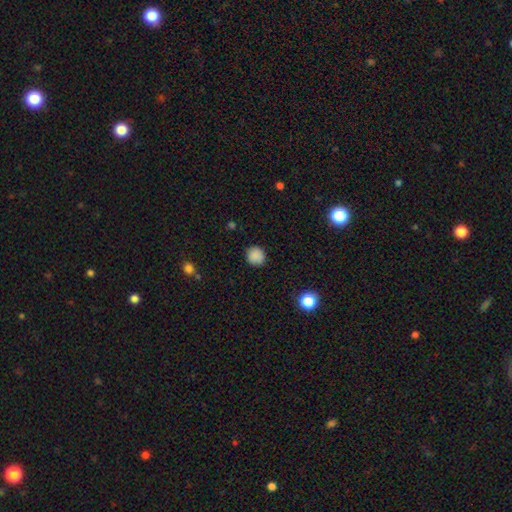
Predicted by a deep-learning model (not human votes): Smooth or featured? smooth (87%)
How rounded? round (92%)
Merging? none (89%)